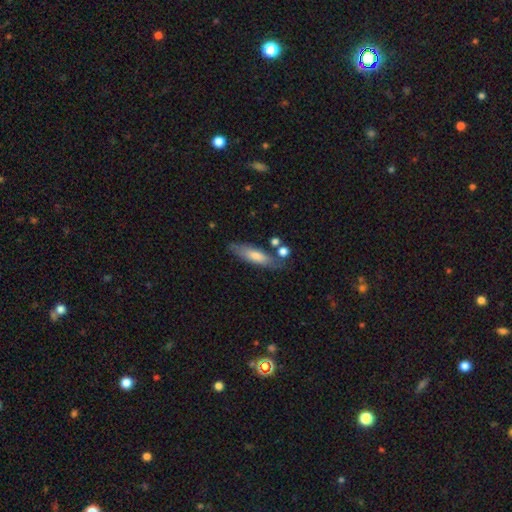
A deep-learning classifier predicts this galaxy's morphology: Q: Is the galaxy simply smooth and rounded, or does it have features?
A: smooth — 58%.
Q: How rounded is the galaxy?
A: cigar-shaped — 65%.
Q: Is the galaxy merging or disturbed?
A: none — 75%.